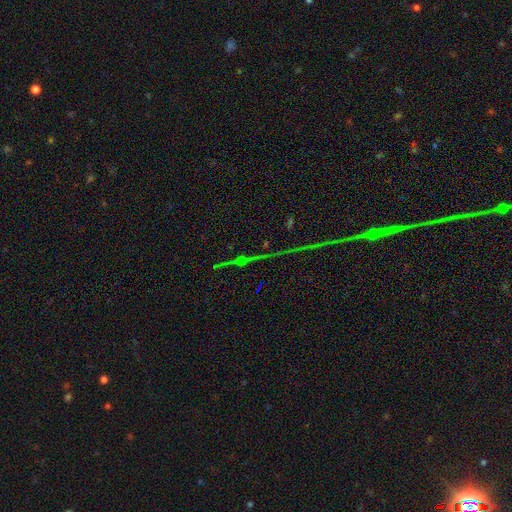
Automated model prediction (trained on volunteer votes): Smooth or featured?
  - star or artifact: 77% *
  - featured or disk: 13%
  - smooth: 10%